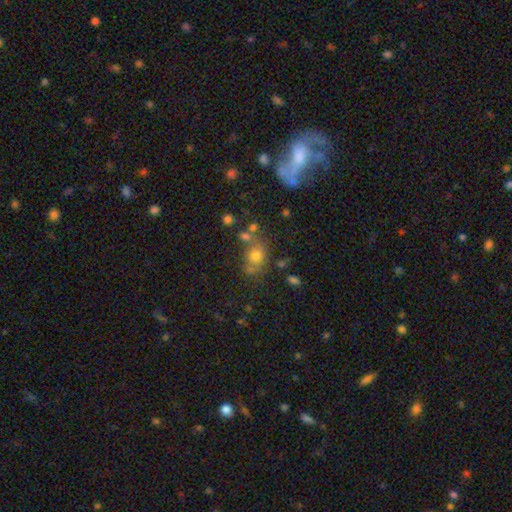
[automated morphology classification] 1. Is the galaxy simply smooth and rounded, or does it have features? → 63% smooth, 19% star or artifact, 18% featured or disk.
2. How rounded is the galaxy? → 53% round, 45% in between, 2% cigar-shaped.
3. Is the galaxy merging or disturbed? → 52% none, 20% minor disturbance, 17% merger, 11% major disturbance.